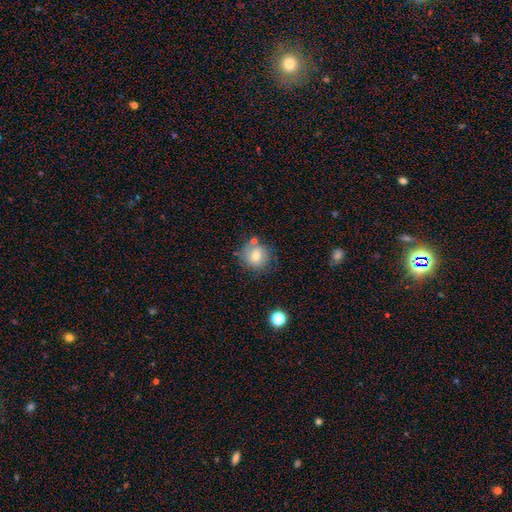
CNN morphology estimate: A smooth galaxy with no disk features (73%) that is round (87%).

Vote fractions:
- Smooth or featured? smooth: 73% / featured or disk: 16% / star or artifact: 11%
- How rounded? round: 87% / in between: 12% / cigar-shaped: 1%
- Merging? none: 69% / minor disturbance: 16% / merger: 10% / major disturbance: 5%